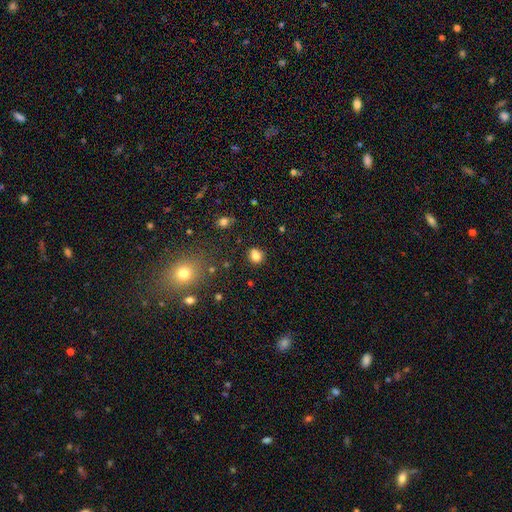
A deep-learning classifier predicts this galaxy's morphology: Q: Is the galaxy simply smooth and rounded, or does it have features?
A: smooth — 81%.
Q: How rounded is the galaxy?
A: round — 67%.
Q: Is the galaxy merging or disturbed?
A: none — 74%.